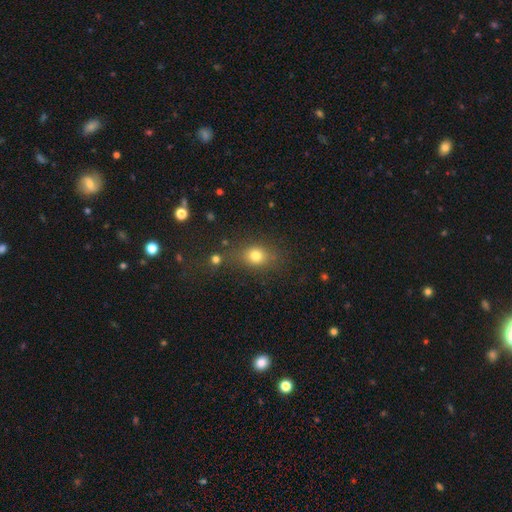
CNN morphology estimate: Smooth or featured? smooth (76%)
How rounded? round (58%)
Merging? none (68%)